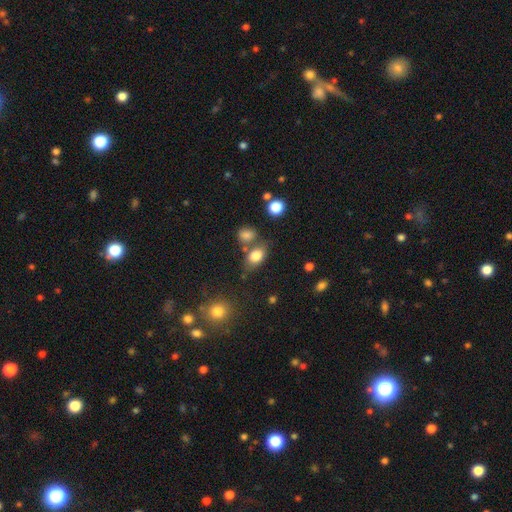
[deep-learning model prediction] A smooth galaxy with no disk features (80%) that is in between round and cigar-shaped (78%).

Vote fractions:
- Smooth or featured? smooth: 80% / star or artifact: 11% / featured or disk: 10%
- How rounded? in between: 78% / round: 20% / cigar-shaped: 2%
- Merging? none: 60% / merger: 19% / minor disturbance: 15% / major disturbance: 6%